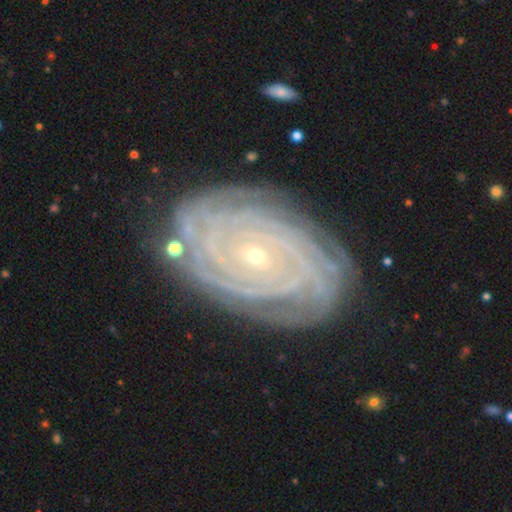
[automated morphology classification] A featured or disk galaxy (90%) with no bar (75%), more than 4 (24%) tight (89%) spiral arms (98%) and a small central bulge (82%). Merging: none (83%).